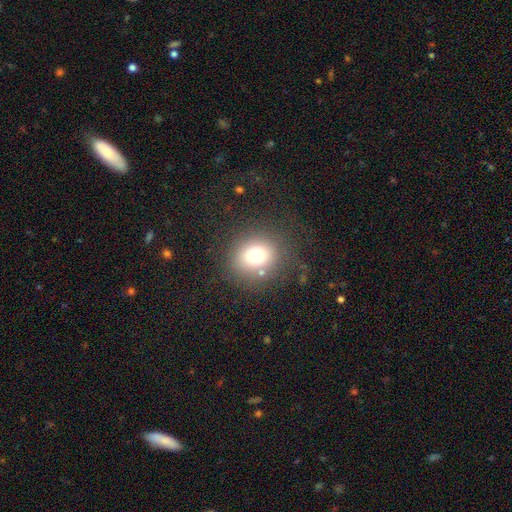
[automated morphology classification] type=smooth (72%); roundness=round (82%); merging=none (79%).